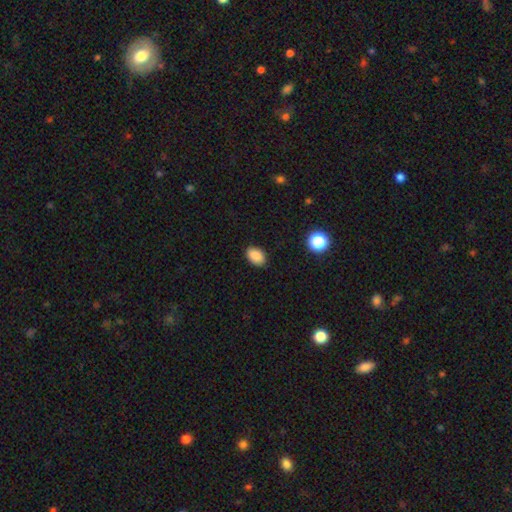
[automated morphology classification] Smooth or featured? Predicted: smooth (p=0.86). How rounded? Predicted: in between (p=0.86). Merging? Predicted: none (p=0.87).